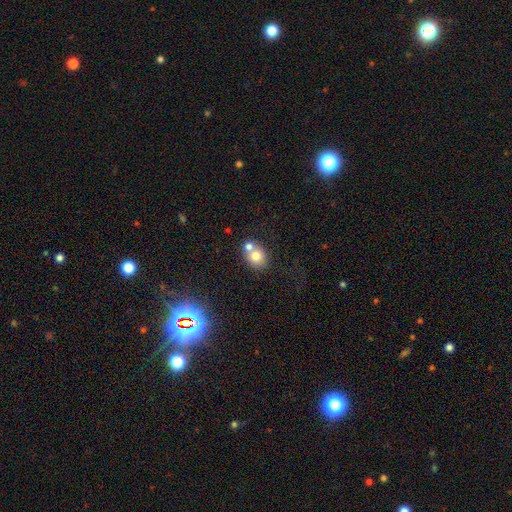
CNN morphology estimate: Q: Smooth or featured?
A: smooth (74%); runner-up: featured or disk (16%)
Q: How rounded?
A: round (63%); runner-up: in between (36%)
Q: Merging?
A: merger (45%); runner-up: none (42%)